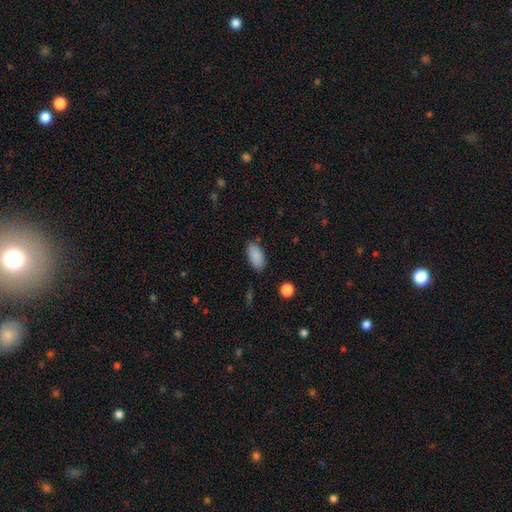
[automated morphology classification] This appears to be a smooth galaxy with no disk features (89%) that is in between round and cigar-shaped (92%). Merging: none (84%).